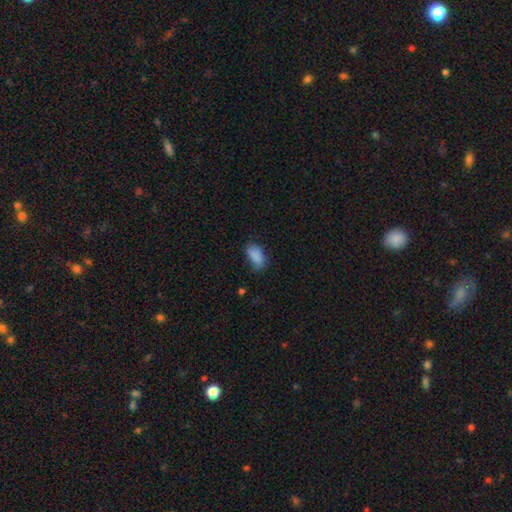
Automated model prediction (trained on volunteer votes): smooth-or-featured: smooth: 86% | star or artifact: 9% | featured or disk: 6%
  how-rounded: in between: 92% | round: 4% | cigar-shaped: 4%
  merging: none: 61% | minor disturbance: 28% | major disturbance: 8% | merger: 2%